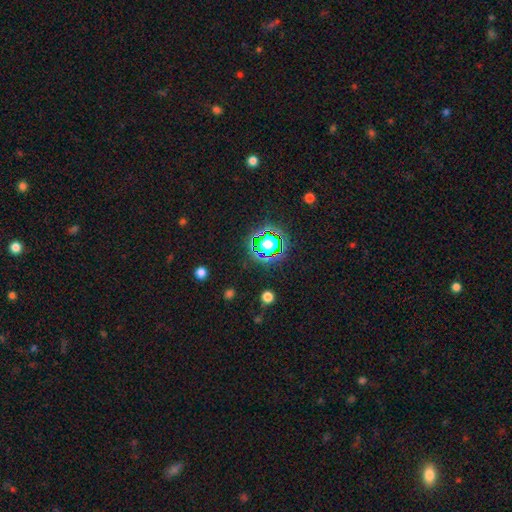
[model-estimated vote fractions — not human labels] A star or artifact, not a galaxy (78%).

Vote fractions:
- Smooth or featured? star or artifact: 78% / smooth: 14% / featured or disk: 8%